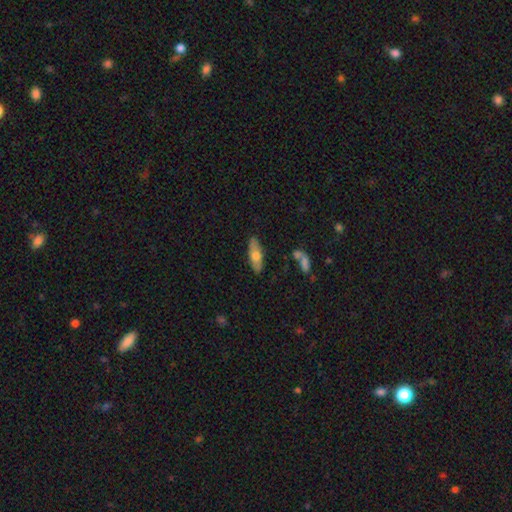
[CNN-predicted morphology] Smooth or featured: smooth — 63% (featured or disk — 31%)
How rounded: in between — 54% (cigar-shaped — 44%)
Merging: none — 84% (minor disturbance — 11%)